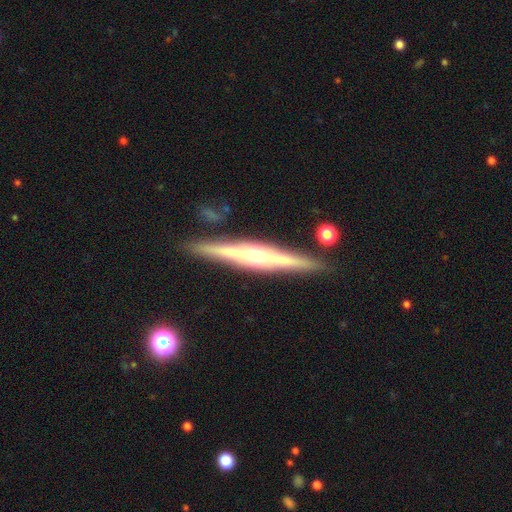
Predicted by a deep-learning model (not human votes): Smooth or featured? featured or disk (81%)
Edge-on disk? yes (98%)
Edge-on bulge? rounded (73%)
Merging? none (87%)